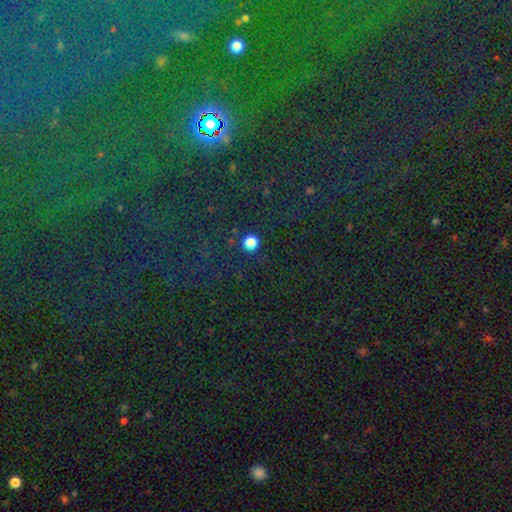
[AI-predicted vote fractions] Morphology: type=star or artifact (80%).